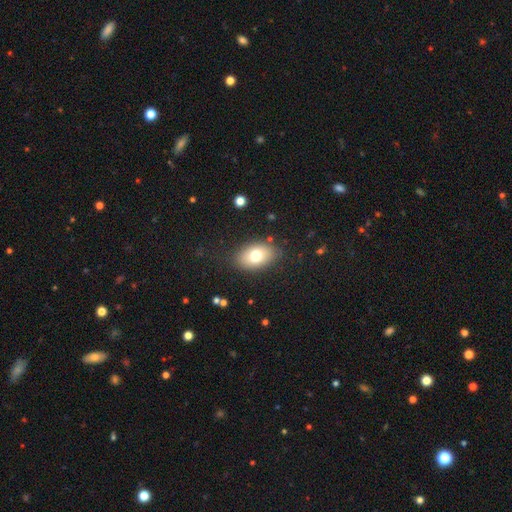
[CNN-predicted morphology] Smooth or featured? smooth (74%)
How rounded? in between (85%)
Merging? none (84%)